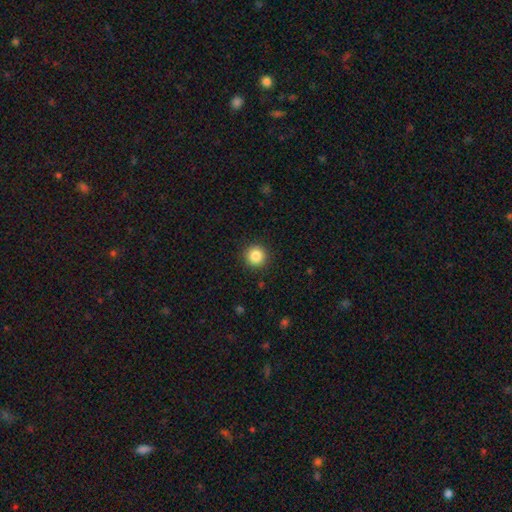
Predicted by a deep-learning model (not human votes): This appears to be a smooth galaxy with no disk features (86%) that is round (95%). Merging: none (92%).